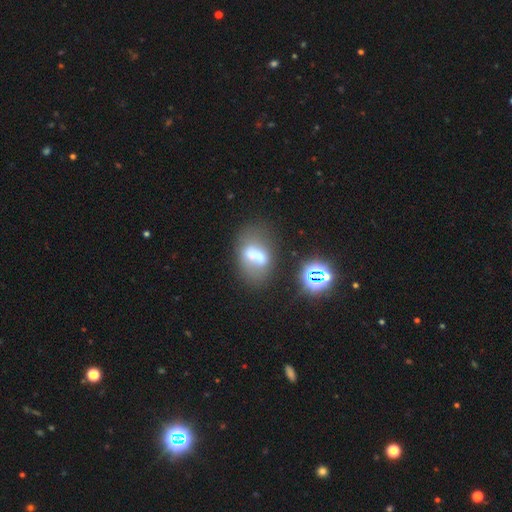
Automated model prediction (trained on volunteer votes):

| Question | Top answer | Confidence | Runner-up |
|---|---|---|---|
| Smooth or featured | smooth | 49% | featured or disk (36%) |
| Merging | none | 37% | merger (29%) |